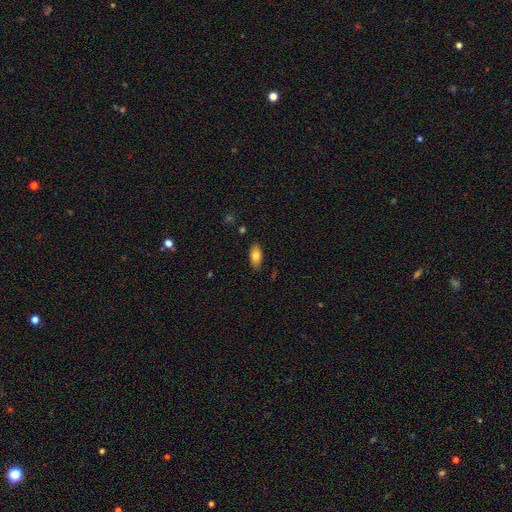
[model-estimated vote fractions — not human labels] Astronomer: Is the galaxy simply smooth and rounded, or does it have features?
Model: smooth — 78%.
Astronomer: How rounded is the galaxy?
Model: in between — 90%.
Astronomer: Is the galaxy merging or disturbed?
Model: none — 87%.